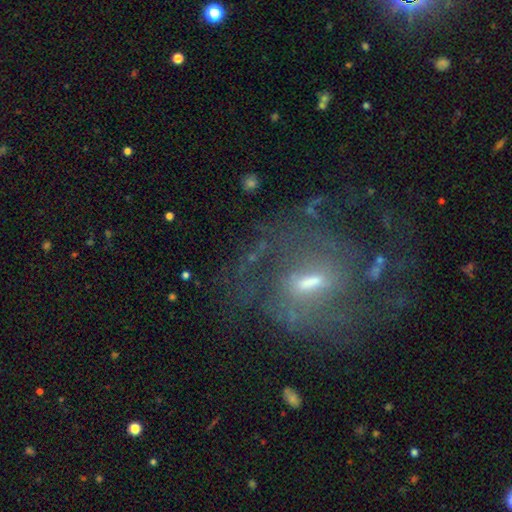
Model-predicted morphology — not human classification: This is likely a featured or disk galaxy (80%). It is clearly not viewed edge-on (96%). Bar: possibly weak (55%). Spiral arm pattern: clearly yes (88%). Spiral arm count: possibly 2 (46%). Spiral winding: possibly medium (46%). Central bulge: possibly moderate (46%). Merging: possibly none (59%).